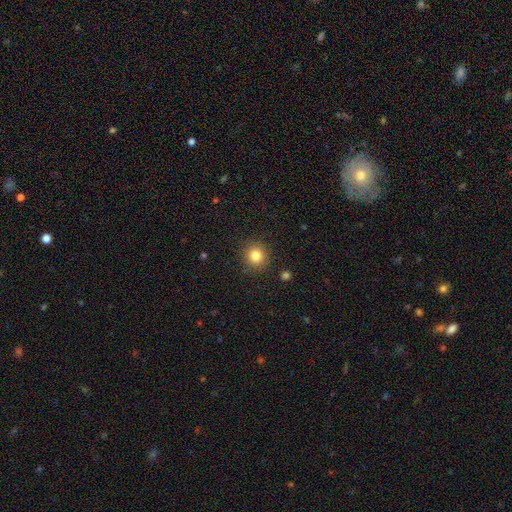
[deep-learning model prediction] This is clearly a smooth galaxy (83%). How rounded: clearly round (89%). Merging: clearly none (89%).